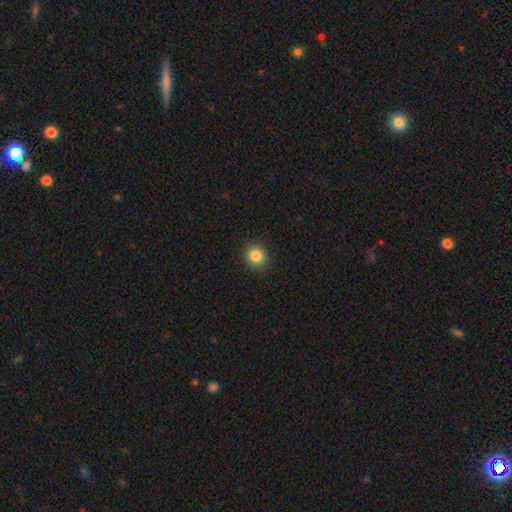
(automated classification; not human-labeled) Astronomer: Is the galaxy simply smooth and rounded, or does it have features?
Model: smooth — 85%.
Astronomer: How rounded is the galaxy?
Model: round — 86%.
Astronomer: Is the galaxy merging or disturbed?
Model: none — 91%.